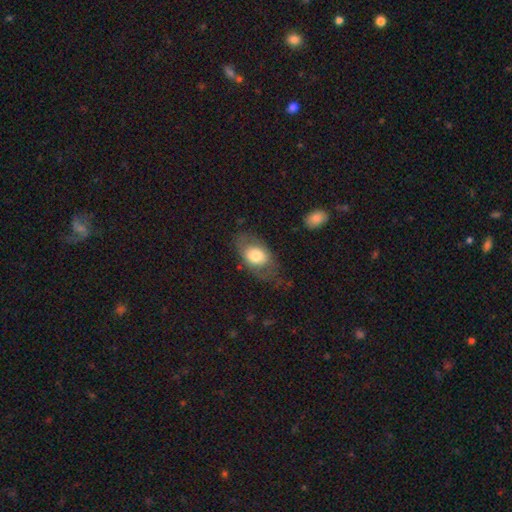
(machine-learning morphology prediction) Smooth or featured? Predicted: smooth (p=0.68). How rounded? Predicted: in between (p=0.83). Merging? Predicted: none (p=0.63).